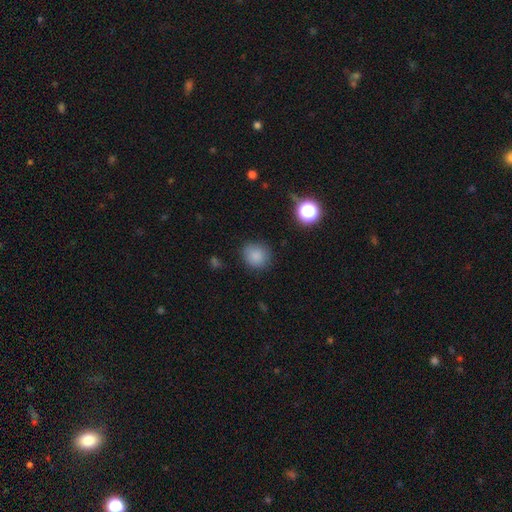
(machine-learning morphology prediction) Smooth or featured?
  - smooth: 84% *
  - star or artifact: 12%
  - featured or disk: 4%
How rounded?
  - round: 80% *
  - in between: 19%
  - cigar-shaped: 1%
Merging?
  - none: 81% *
  - minor disturbance: 13%
  - major disturbance: 4%
  - merger: 2%